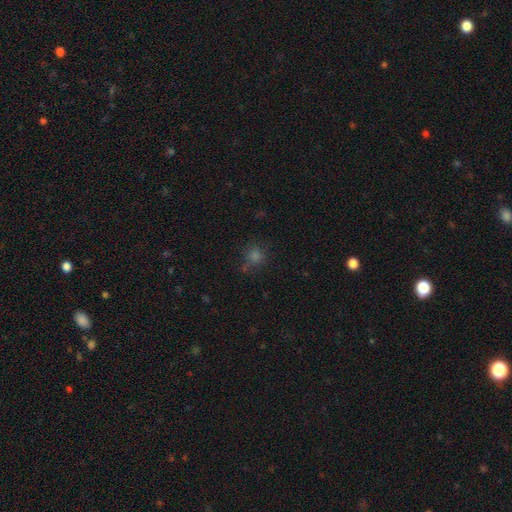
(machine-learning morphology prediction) The model was most divided on "smooth or featured": smooth: 64%, star or artifact: 28%, featured or disk: 7%. More confident: how rounded — round (88%); merging — none (74%).